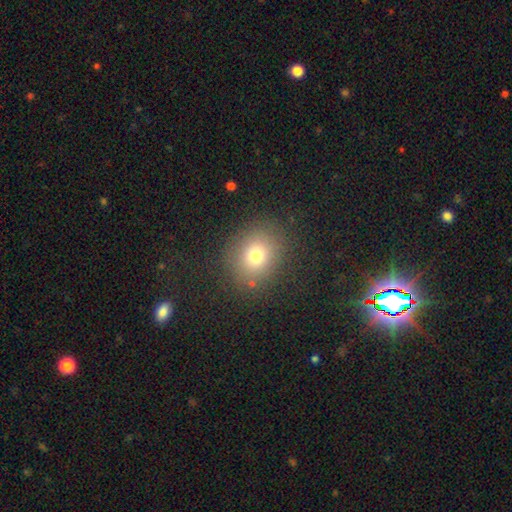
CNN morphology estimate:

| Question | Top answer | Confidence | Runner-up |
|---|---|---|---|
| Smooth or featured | smooth | 75% | star or artifact (15%) |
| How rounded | round | 69% | in between (30%) |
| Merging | none | 84% | minor disturbance (9%) |